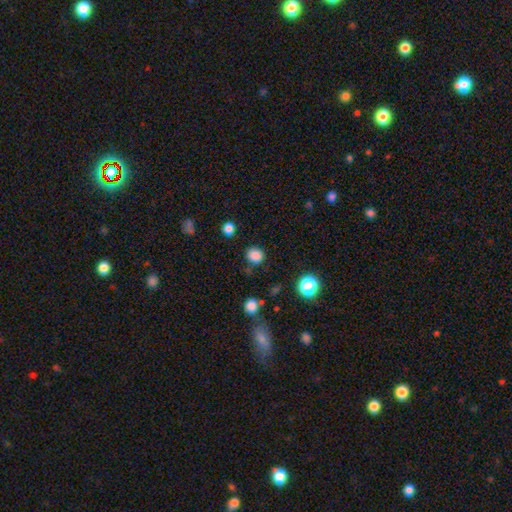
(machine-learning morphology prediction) Smooth or featured?
  - smooth: 84% *
  - star or artifact: 13%
  - featured or disk: 3%
How rounded?
  - round: 81% *
  - in between: 18%
  - cigar-shaped: 1%
Merging?
  - none: 82% *
  - minor disturbance: 11%
  - major disturbance: 4%
  - merger: 3%